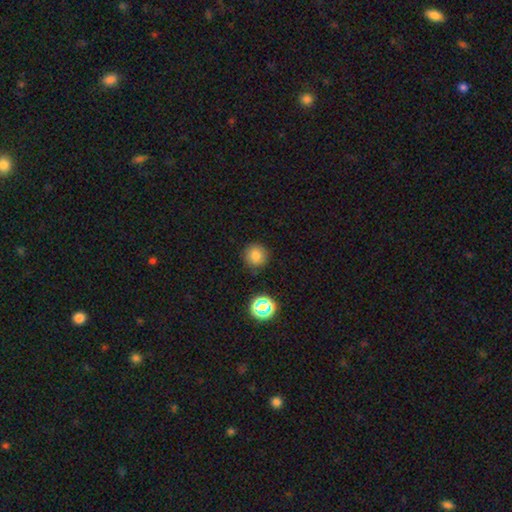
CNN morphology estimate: smooth-or-featured: smooth: 81% | star or artifact: 14% | featured or disk: 6%
  how-rounded: round: 94% | in between: 5% | cigar-shaped: 1%
  merging: none: 88% | minor disturbance: 7% | merger: 2% | major disturbance: 2%